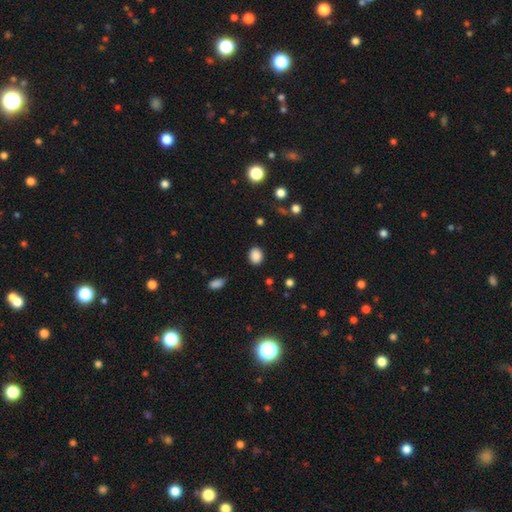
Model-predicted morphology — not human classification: A smooth galaxy with no disk features (87%) that is in between round and cigar-shaped (52%).

Vote fractions:
- Smooth or featured? smooth: 87% / star or artifact: 10% / featured or disk: 4%
- How rounded? in between: 52% / round: 47% / cigar-shaped: 1%
- Merging? none: 87% / minor disturbance: 9% / major disturbance: 3% / merger: 1%